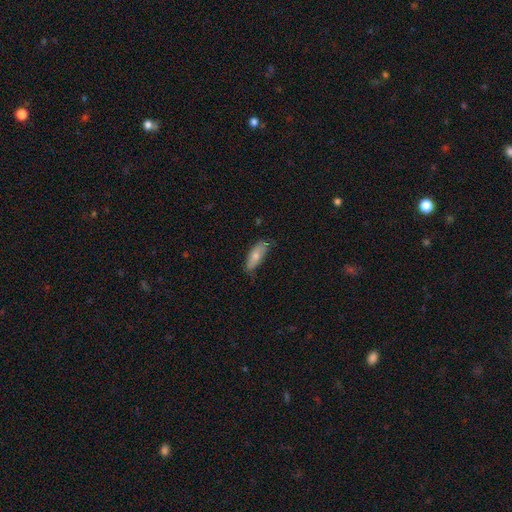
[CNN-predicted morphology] Smooth or featured? smooth (72%)
How rounded? in between (69%)
Merging? none (64%)